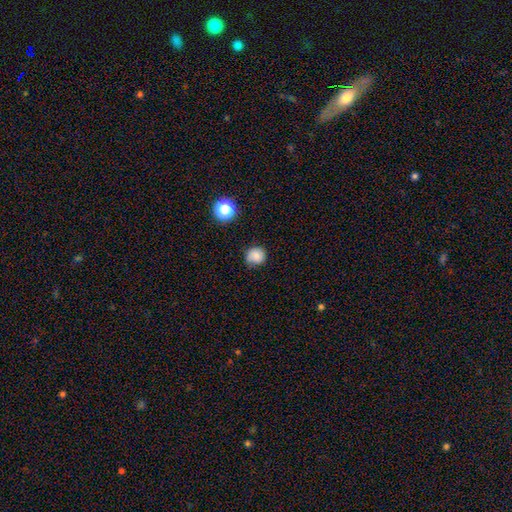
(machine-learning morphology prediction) This appears to be a smooth galaxy with no disk features (80%) that is round (87%). Merging: none (70%).